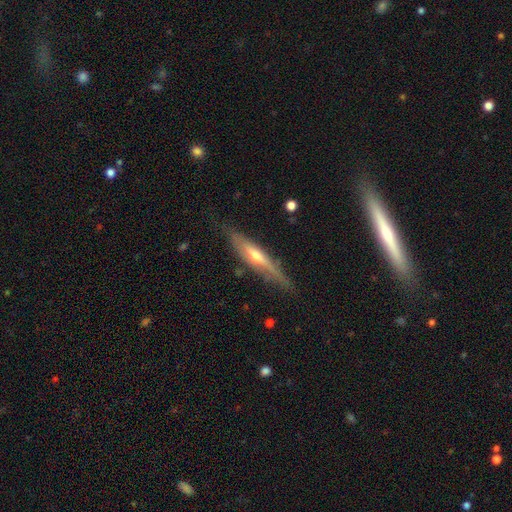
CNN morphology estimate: type=featured or disk (67%); edge-on=yes (92%); edge-on bulge=rounded (79%); merging=none (78%).